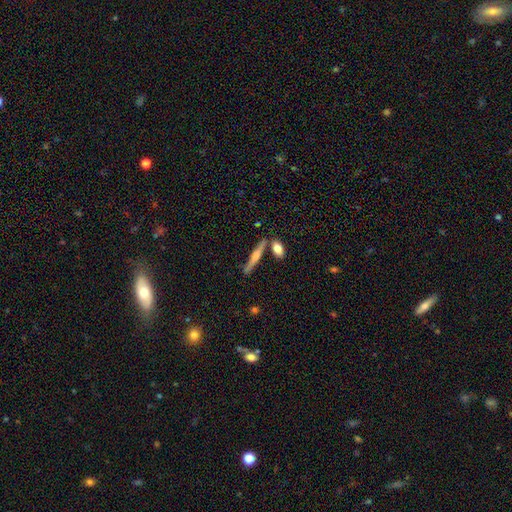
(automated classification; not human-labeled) The model was most divided on "smooth or featured": featured or disk: 61%, smooth: 33%, star or artifact: 7%. More confident: edge-on disk — yes (96%); edge-on bulge — rounded (85%); merging — none (79%).